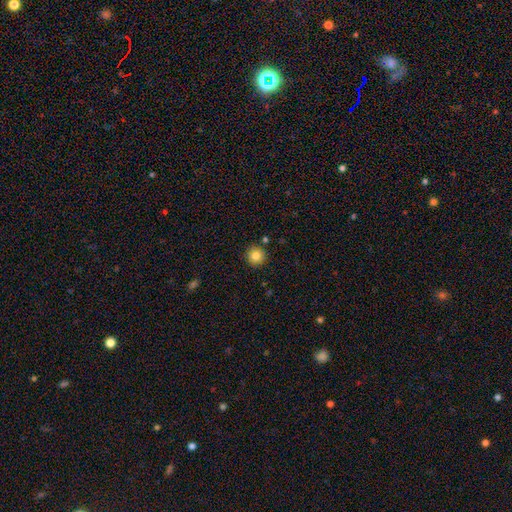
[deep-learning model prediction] smooth_or_featured: smooth (p=0.83) [alt: star or artifact p=0.11]
how_rounded: round (p=0.95) [alt: in between p=0.04]
merging: none (p=0.89) [alt: minor disturbance p=0.06]